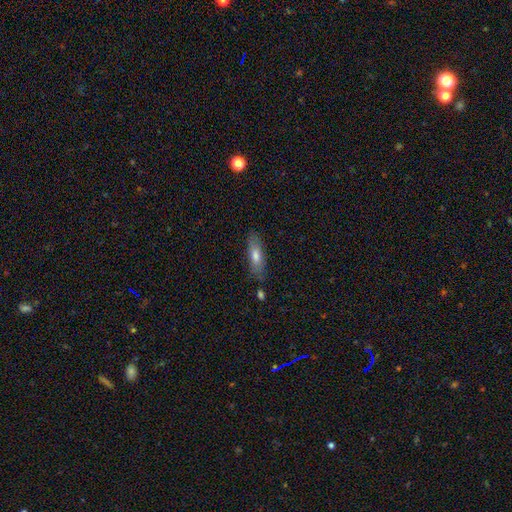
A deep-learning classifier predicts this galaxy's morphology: Q: Smooth or featured?
A: smooth (69%); runner-up: featured or disk (24%)
Q: How rounded?
A: in between (54%); runner-up: cigar-shaped (44%)
Q: Merging?
A: none (80%); runner-up: minor disturbance (14%)